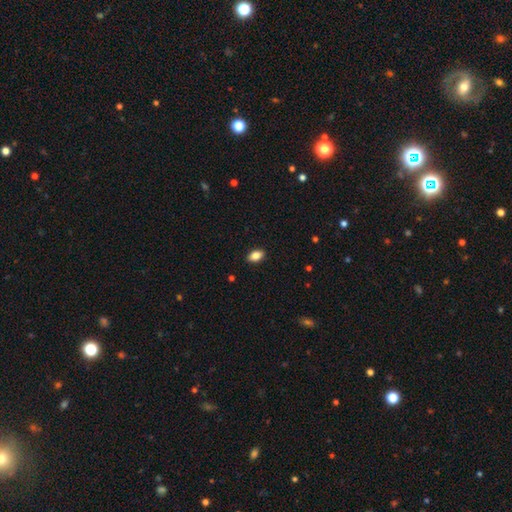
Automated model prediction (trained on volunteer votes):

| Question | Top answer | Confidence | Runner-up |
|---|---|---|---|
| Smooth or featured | smooth | 85% | star or artifact (8%) |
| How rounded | in between | 90% | round (8%) |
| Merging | none | 90% | minor disturbance (8%) |